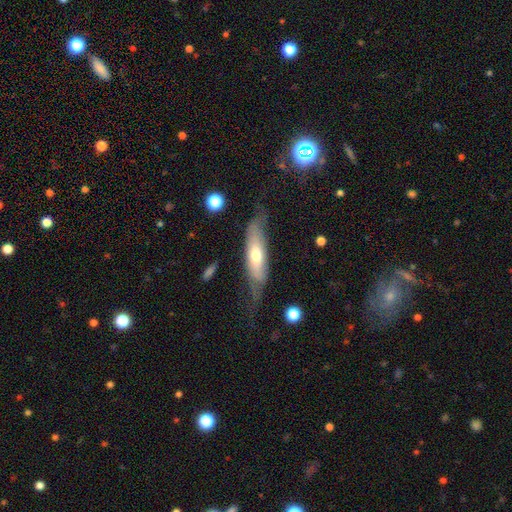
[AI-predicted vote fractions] Smooth or featured? featured or disk (49%)
Merging? none (53%)